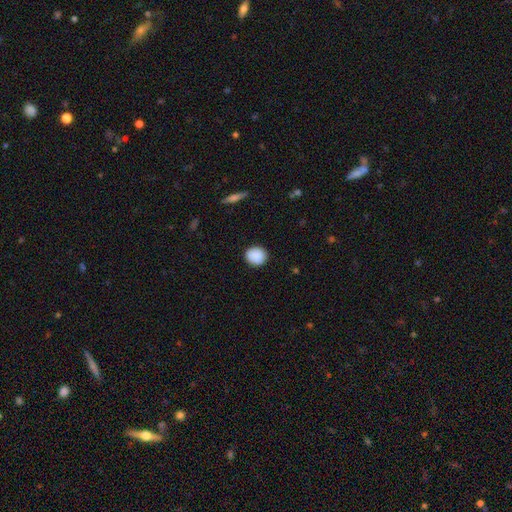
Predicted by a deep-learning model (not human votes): A smooth galaxy with no disk features (89%) that is round (86%).

Vote fractions:
- Smooth or featured? smooth: 89% / star or artifact: 7% / featured or disk: 4%
- How rounded? round: 86% / in between: 13% / cigar-shaped: 1%
- Merging? none: 89% / minor disturbance: 8% / major disturbance: 2% / merger: 1%